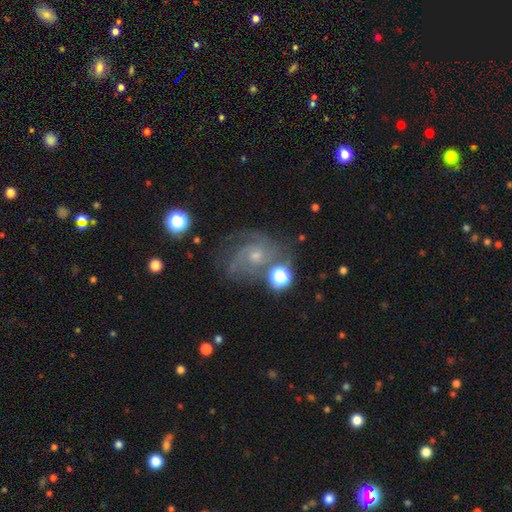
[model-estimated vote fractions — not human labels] Q: Smooth or featured?
A: featured or disk (76%); runner-up: smooth (13%)
Q: Edge-on disk?
A: no (98%); runner-up: yes (2%)
Q: Bar?
A: no (69%); runner-up: weak (27%)
Q: Spiral arms?
A: yes (94%); runner-up: no (6%)
Q: Spiral winding?
A: medium (46%); runner-up: tight (39%)
Q: Spiral arm count?
A: 2 (29%); runner-up: 3 (28%)
Q: Bulge size?
A: small (62%); runner-up: moderate (30%)
Q: Merging?
A: none (55%); runner-up: minor disturbance (20%)